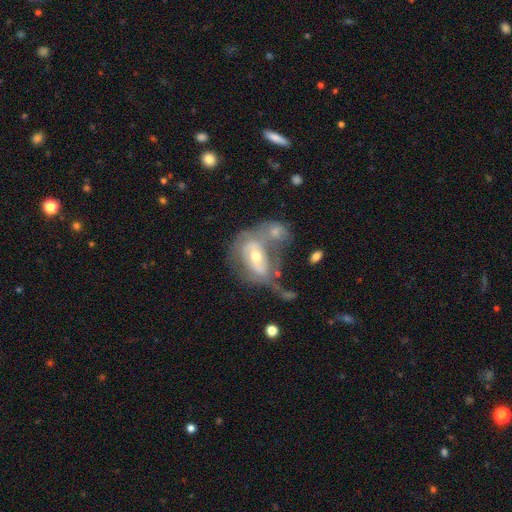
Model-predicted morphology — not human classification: Smooth or featured? Predicted: featured or disk (p=0.68). Edge-on disk? Predicted: no (p=0.93). Bar? Predicted: no (p=0.45). Spiral arms? Predicted: yes (p=0.60). Bulge size? Predicted: moderate (p=0.58). Merging? Predicted: merger (p=0.46).